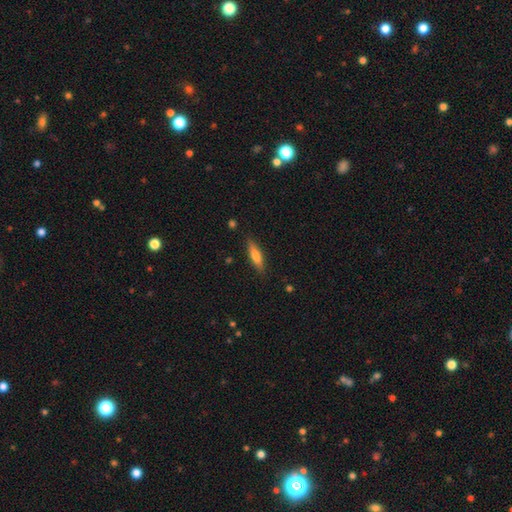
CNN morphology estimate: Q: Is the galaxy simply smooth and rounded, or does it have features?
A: smooth — 68%.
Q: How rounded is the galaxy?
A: cigar-shaped — 67%.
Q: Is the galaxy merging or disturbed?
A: none — 83%.